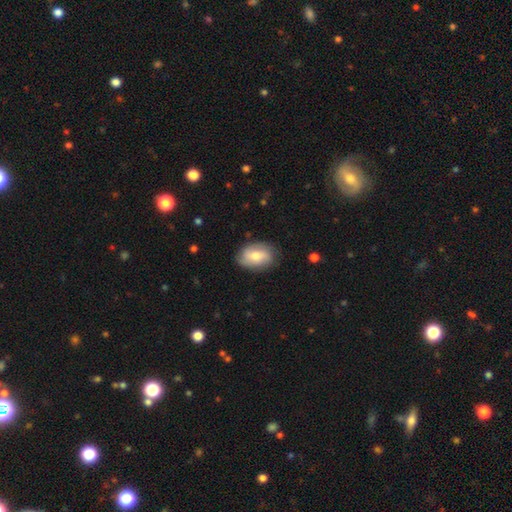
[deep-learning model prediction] Smooth or featured? smooth (60%)
How rounded? in between (85%)
Merging? none (81%)